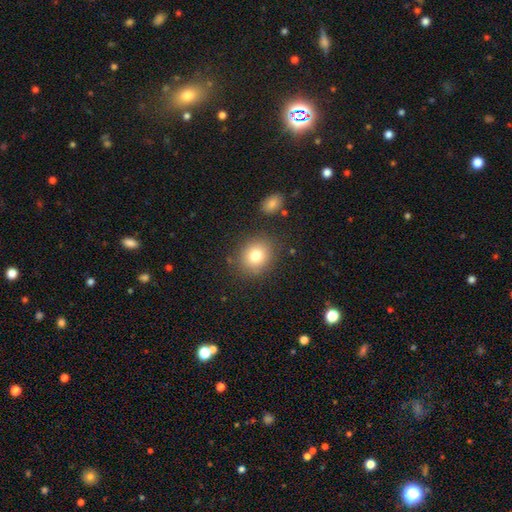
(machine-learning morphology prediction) A smooth galaxy with no disk features (79%) that is round (72%).

Vote fractions:
- Smooth or featured? smooth: 79% / star or artifact: 11% / featured or disk: 10%
- How rounded? round: 72% / in between: 27% / cigar-shaped: 1%
- Merging? none: 83% / minor disturbance: 10% / major disturbance: 4% / merger: 3%